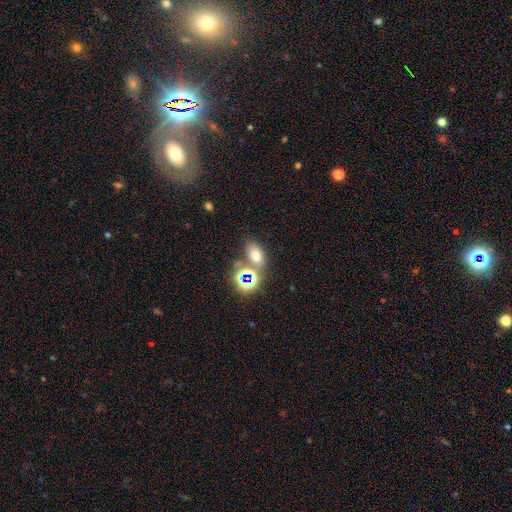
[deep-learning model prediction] smooth-or-featured: smooth: 61% | star or artifact: 28% | featured or disk: 11%
  how-rounded: in between: 75% | round: 23% | cigar-shaped: 2%
  merging: none: 61% | merger: 23% | minor disturbance: 11% | major disturbance: 5%